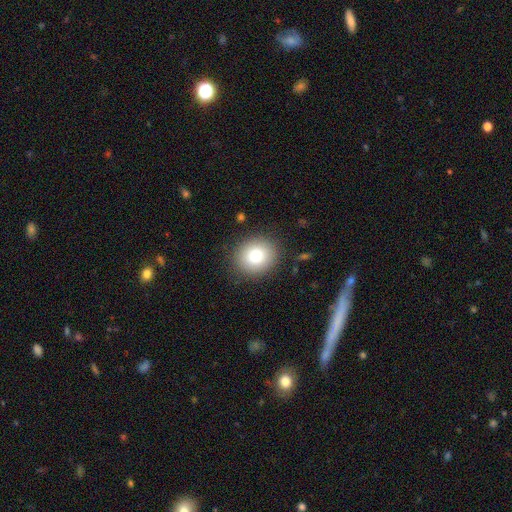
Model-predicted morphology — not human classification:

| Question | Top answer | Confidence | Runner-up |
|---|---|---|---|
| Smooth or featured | smooth | 77% | featured or disk (12%) |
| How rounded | round | 81% | in between (18%) |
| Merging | none | 88% | minor disturbance (8%) |